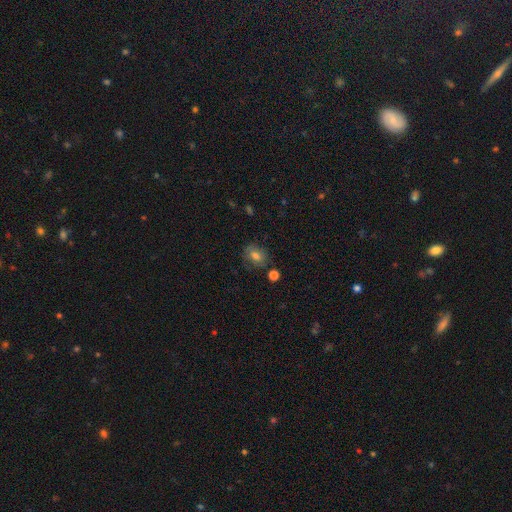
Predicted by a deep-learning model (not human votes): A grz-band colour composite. It shows a smooth galaxy with no disk features (71%) that is round (49%, tied with in between). Merging: none (75%).